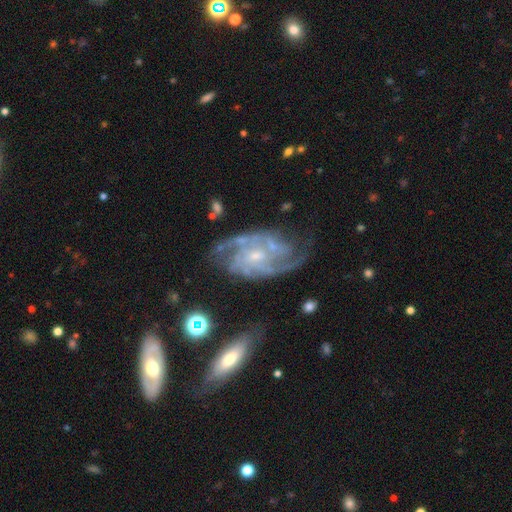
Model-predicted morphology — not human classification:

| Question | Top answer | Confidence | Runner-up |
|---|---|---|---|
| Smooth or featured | featured or disk | 90% | star or artifact (6%) |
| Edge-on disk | no | 97% | yes (3%) |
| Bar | no | 54% | weak (37%) |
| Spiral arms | yes | 97% | no (3%) |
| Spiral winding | tight | 45% | tied: medium (45%) |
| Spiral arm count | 2 | 41% | 3 (22%) |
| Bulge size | small | 68% | moderate (24%) |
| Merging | none | 67% | minor disturbance (19%) |